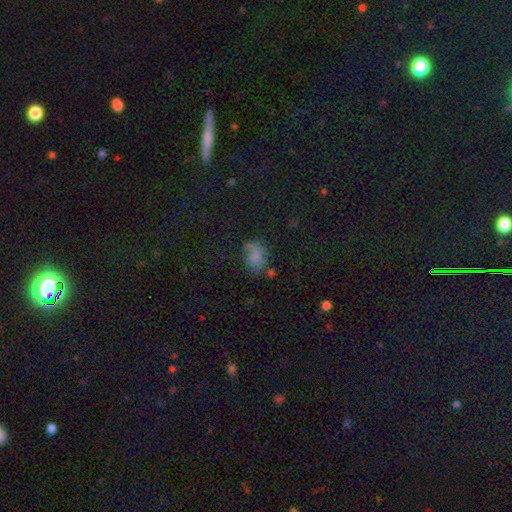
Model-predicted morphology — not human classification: This is likely a smooth galaxy (68%). How rounded: likely in between (78%). Merging: possibly none (49%).